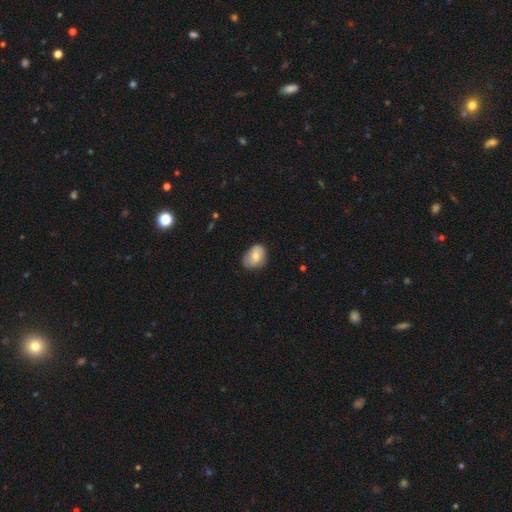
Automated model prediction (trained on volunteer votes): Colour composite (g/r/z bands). It shows a smooth galaxy with no disk features (64%) that is in between round and cigar-shaped (70%). Merging: none (65%).